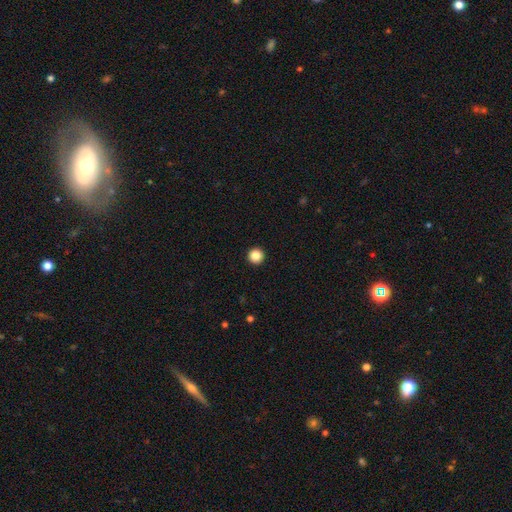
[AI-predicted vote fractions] This appears to be a smooth galaxy with no disk features (86%) that is round (97%). Merging: none (94%).